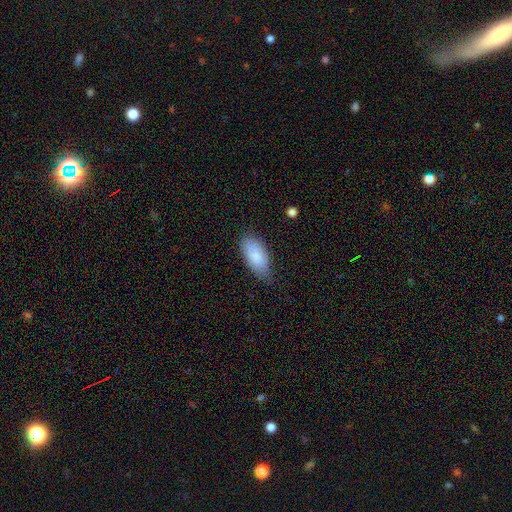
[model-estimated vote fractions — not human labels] Overall: smooth (82%). How rounded: in between (92%). Merging: none (69%).